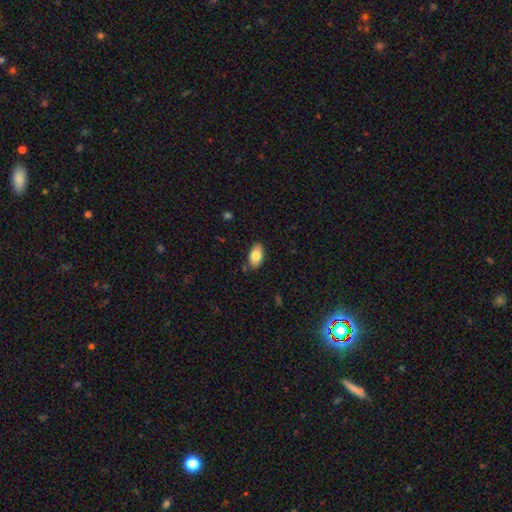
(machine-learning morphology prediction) Q: Smooth or featured?
A: smooth (78%); runner-up: featured or disk (15%)
Q: How rounded?
A: in between (93%); runner-up: round (4%)
Q: Merging?
A: none (83%); runner-up: minor disturbance (13%)